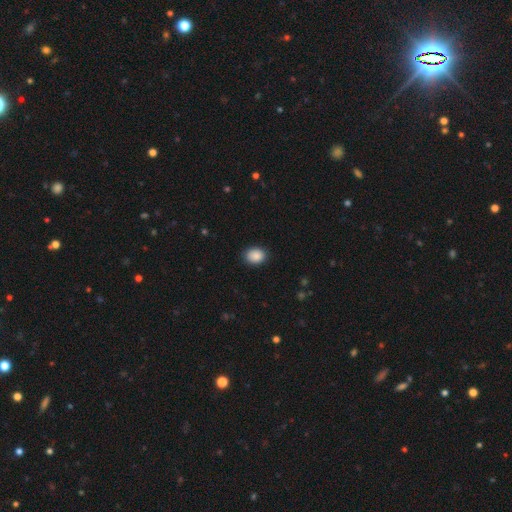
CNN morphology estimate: smooth_or_featured: smooth (p=0.89) [alt: star or artifact p=0.08]
how_rounded: in between (p=0.60) [alt: round p=0.39]
merging: none (p=0.88) [alt: minor disturbance p=0.09]